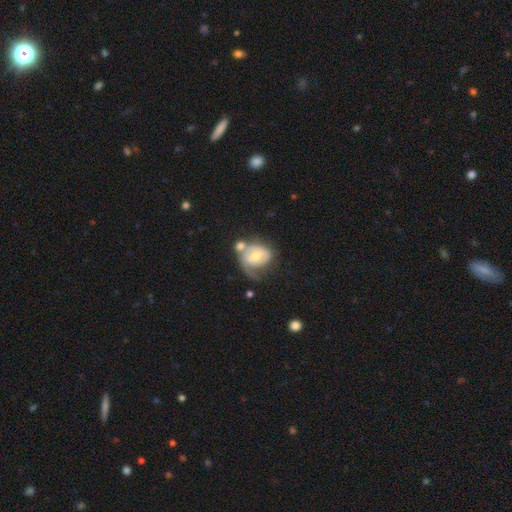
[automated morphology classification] This is likely a featured or disk galaxy (61%). It is clearly not viewed edge-on (97%). Bar: likely no (68%). Spiral arm pattern: likely yes (65%). Central bulge: likely moderate (64%). Merging: marginally merger (29%).